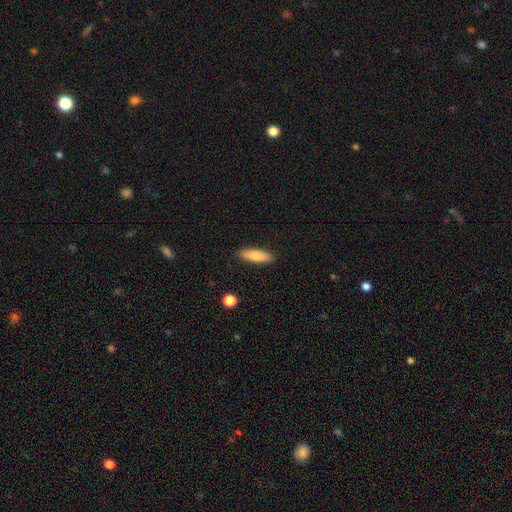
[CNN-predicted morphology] A smooth galaxy with no disk features (81%) that is cigar-shaped (53%).

Vote fractions:
- Smooth or featured? smooth: 81% / featured or disk: 13% / star or artifact: 6%
- How rounded? cigar-shaped: 53% / in between: 45% / round: 2%
- Merging? none: 89% / minor disturbance: 8% / major disturbance: 2% / merger: 1%